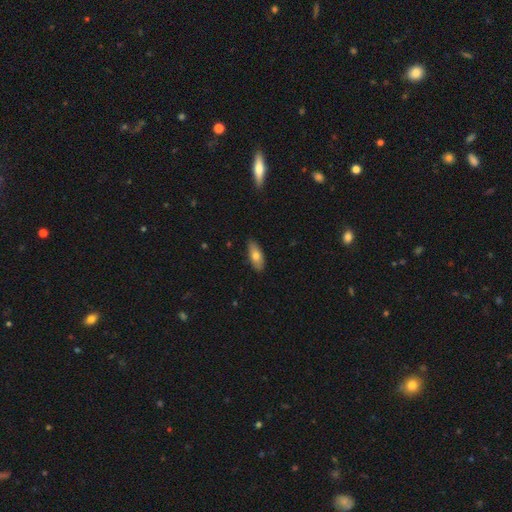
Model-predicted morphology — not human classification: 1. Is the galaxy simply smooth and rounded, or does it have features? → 73% smooth, 20% featured or disk, 6% star or artifact.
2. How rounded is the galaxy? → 77% in between, 20% cigar-shaped, 3% round.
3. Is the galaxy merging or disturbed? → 83% none, 14% minor disturbance, 2% major disturbance, 1% merger.